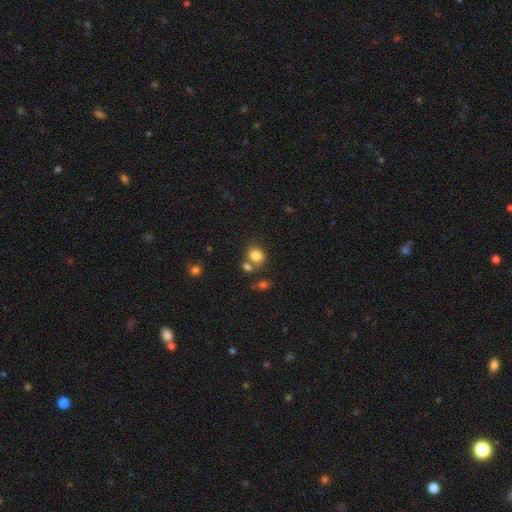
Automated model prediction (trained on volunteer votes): This is clearly a smooth galaxy (81%). How rounded: likely round (65%). Merging: possibly none (58%).